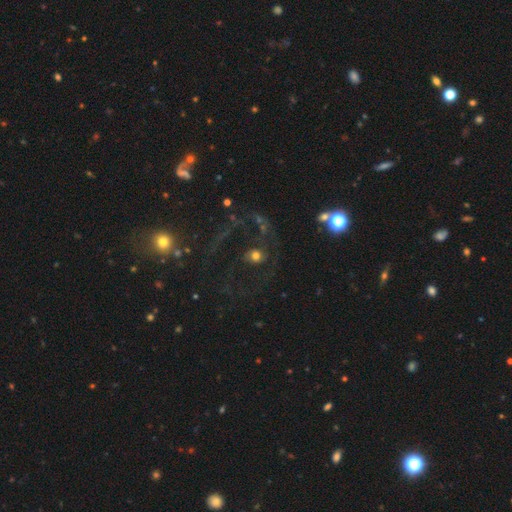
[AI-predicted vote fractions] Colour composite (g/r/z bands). It shows a featured or disk galaxy (48%). Merging: none (52%).